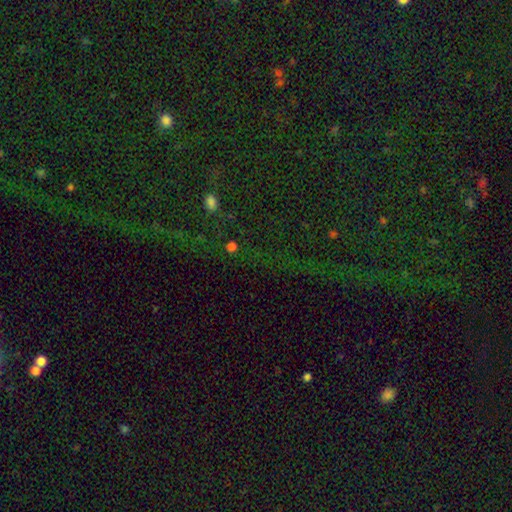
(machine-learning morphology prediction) Smooth or featured?
  - star or artifact: 78% *
  - smooth: 12%
  - featured or disk: 10%